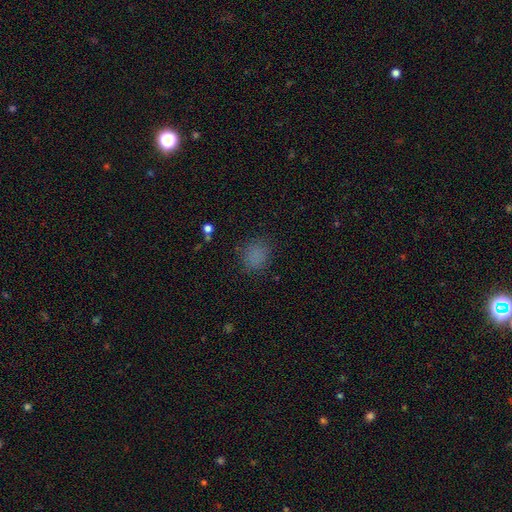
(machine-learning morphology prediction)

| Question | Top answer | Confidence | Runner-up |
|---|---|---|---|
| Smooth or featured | smooth | 78% | star or artifact (17%) |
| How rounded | round | 69% | in between (30%) |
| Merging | none | 81% | minor disturbance (13%) |